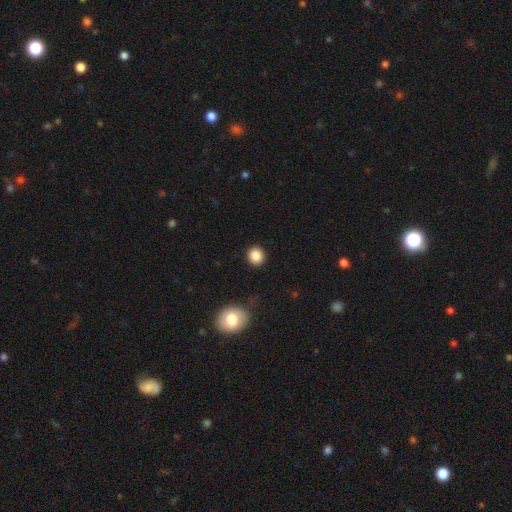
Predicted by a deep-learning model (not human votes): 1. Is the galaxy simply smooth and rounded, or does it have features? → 87% smooth, 9% star or artifact, 4% featured or disk.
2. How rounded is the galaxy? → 87% round, 12% in between, 1% cigar-shaped.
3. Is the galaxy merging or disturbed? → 89% none, 7% minor disturbance, 2% major disturbance, 2% merger.